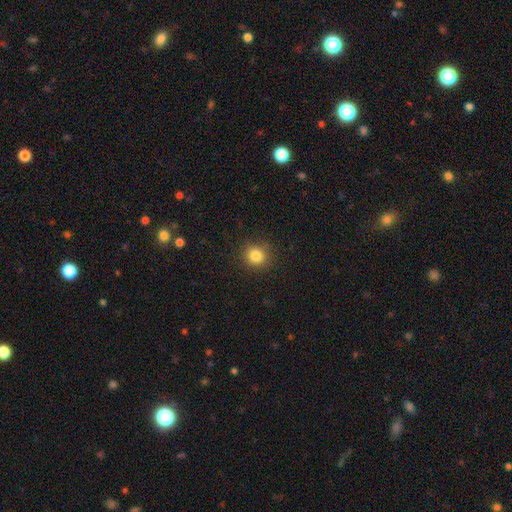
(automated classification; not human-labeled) smooth-or-featured: smooth: 84% | star or artifact: 11% | featured or disk: 5%
  how-rounded: round: 87% | in between: 12% | cigar-shaped: 1%
  merging: none: 88% | minor disturbance: 8% | major disturbance: 3% | merger: 1%